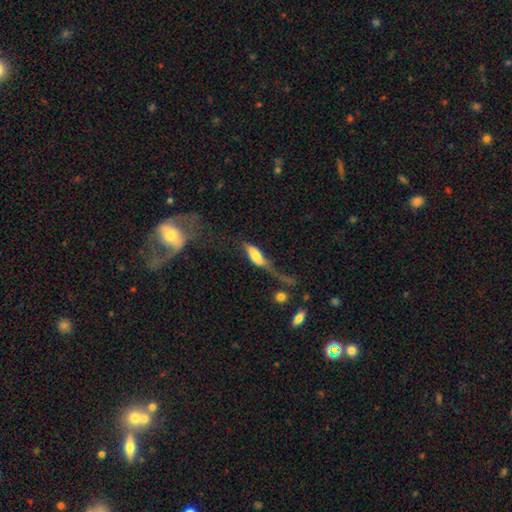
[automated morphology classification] This appears to be a smooth galaxy with no disk features (60%) that is in between round and cigar-shaped (64%). Merging: major disturbance (46%).